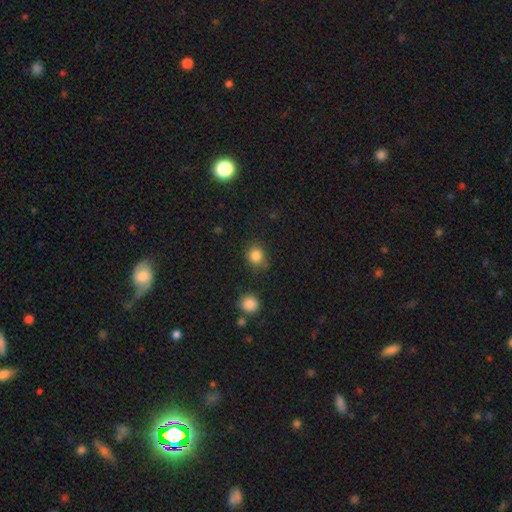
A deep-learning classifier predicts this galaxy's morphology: The model was most divided on "how rounded": round: 78%, in between: 21%, cigar-shaped: 1%. More confident: smooth or featured — smooth (85%); merging — none (78%).